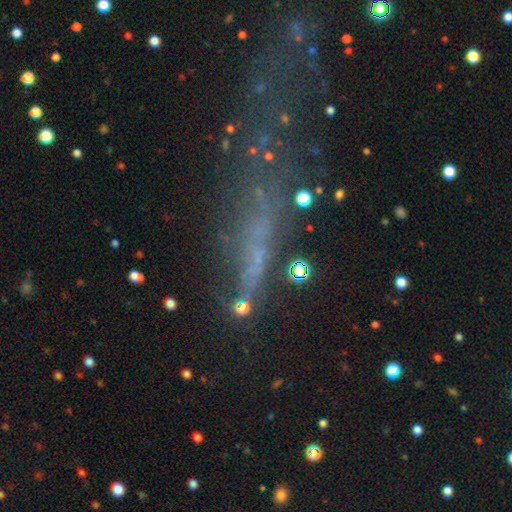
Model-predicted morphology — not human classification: A featured or disk galaxy (35%). Merging: none (49%).